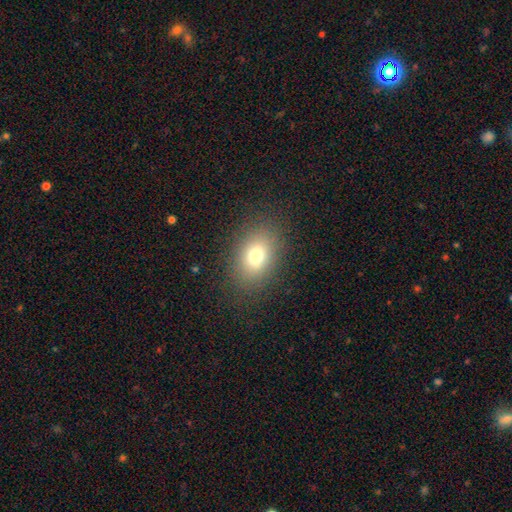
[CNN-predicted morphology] smooth-or-featured: smooth: 74% | star or artifact: 14% | featured or disk: 12%
  how-rounded: in between: 67% | round: 32% | cigar-shaped: 1%
  merging: none: 85% | minor disturbance: 9% | major disturbance: 5% | merger: 1%